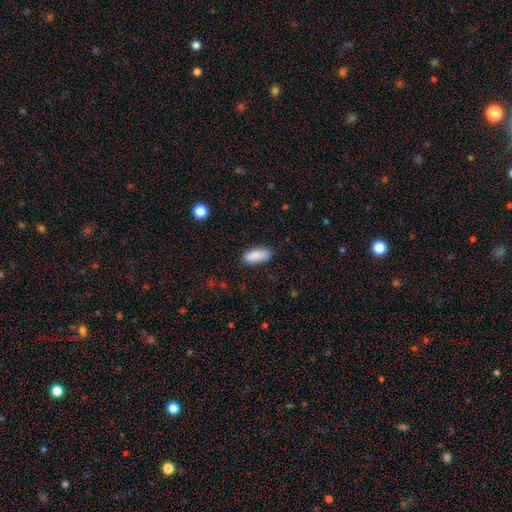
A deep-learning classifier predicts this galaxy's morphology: smooth 89%, star or artifact 7%, featured or disk 5%. Down the decision tree: how rounded — in between (80%); merging — none (82%).